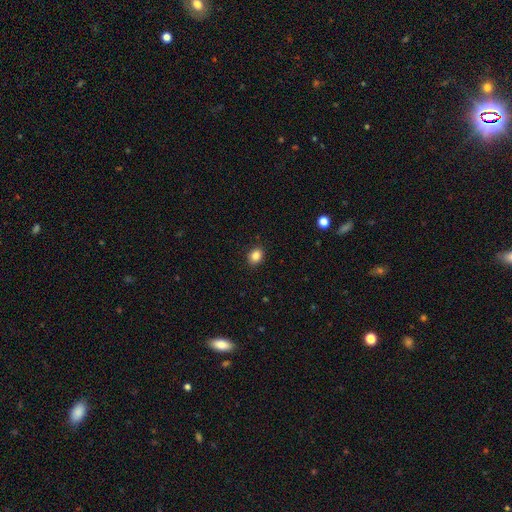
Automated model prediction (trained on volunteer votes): Overall: smooth (86%). How rounded: round (50%; in between 49%). Merging: none (90%).